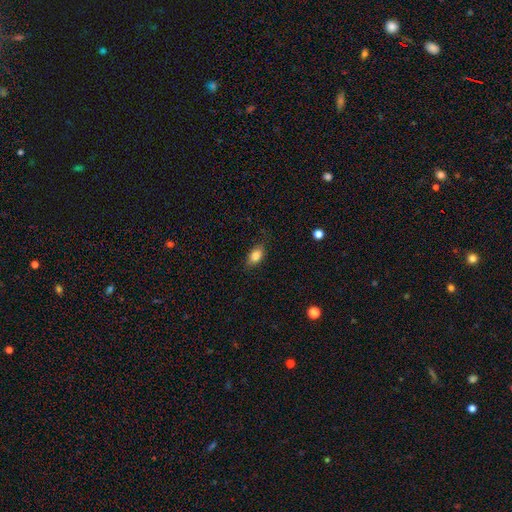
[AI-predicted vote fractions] A smooth galaxy with no disk features (83%) that is in between round and cigar-shaped (85%).

Vote fractions:
- Smooth or featured? smooth: 83% / star or artifact: 8% / featured or disk: 8%
- How rounded? in between: 85% / round: 12% / cigar-shaped: 3%
- Merging? none: 81% / minor disturbance: 14% / major disturbance: 3% / merger: 1%